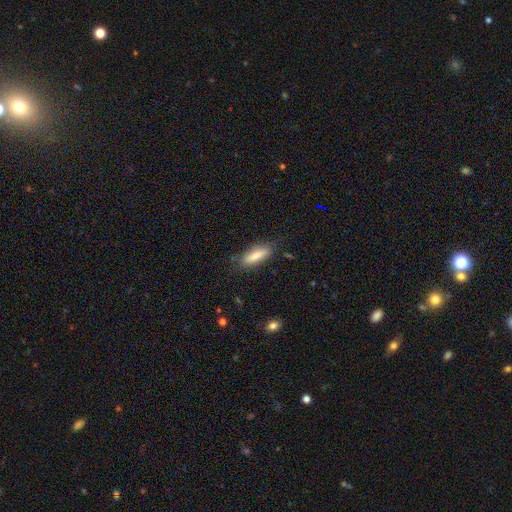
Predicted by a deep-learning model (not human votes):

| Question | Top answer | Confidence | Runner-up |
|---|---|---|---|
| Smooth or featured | smooth | 80% | featured or disk (14%) |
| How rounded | cigar-shaped | 51% | in between (48%) |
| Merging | none | 79% | minor disturbance (15%) |